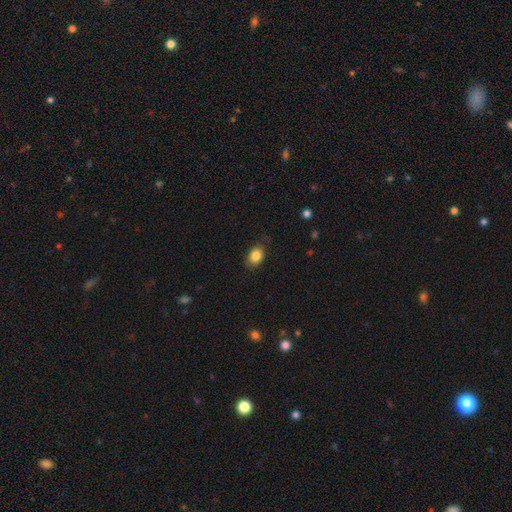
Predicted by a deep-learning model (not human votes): Smooth or featured? smooth (85%)
How rounded? in between (74%)
Merging? none (79%)